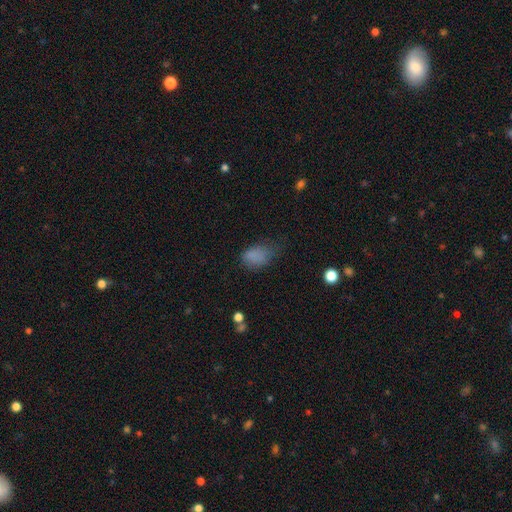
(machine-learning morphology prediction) Smooth or featured: smooth — 80% (star or artifact — 12%)
How rounded: in between — 82% (round — 17%)
Merging: none — 42% (minor disturbance — 35%)